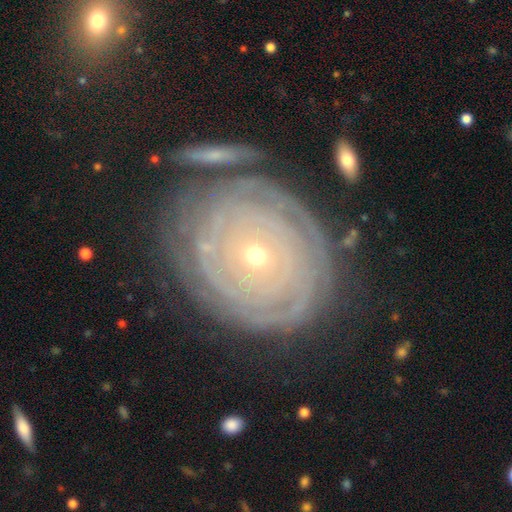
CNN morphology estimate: smooth-or-featured: featured or disk: 82% | smooth: 10% | star or artifact: 8%
  disk-edge-on: no: 96% | yes: 4%
    bar: no: 85% | weak: 11% | strong: 5%
    has-spiral-arms: yes: 89% | no: 11%
      spiral-winding: tight: 91% | medium: 7% | loose: 2%
      spiral-arm-count: can't tell: 45% | more than 4: 14% | 2: 13% | 4: 11% | 3: 11% | 1: 6%
    bulge-size: small: 66% | moderate: 31% | large: 1% | dominant: 1% | none: 1%
  merging: none: 76% | minor disturbance: 14% | major disturbance: 6% | merger: 4%